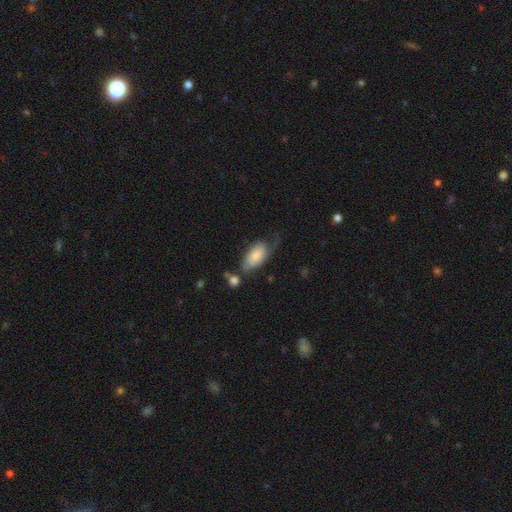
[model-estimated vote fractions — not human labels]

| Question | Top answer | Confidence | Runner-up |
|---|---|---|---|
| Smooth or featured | smooth | 69% | featured or disk (25%) |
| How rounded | in between | 93% | cigar-shaped (4%) |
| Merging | none | 38% | minor disturbance (29%) |